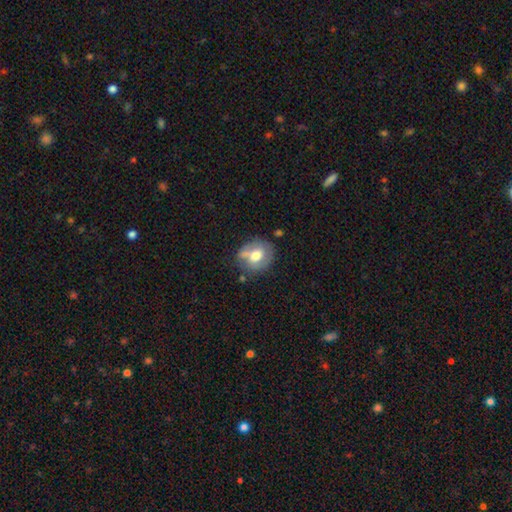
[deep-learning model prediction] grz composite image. It shows a smooth galaxy with no disk features (50%) that is round (68%). Merging: none (63%).